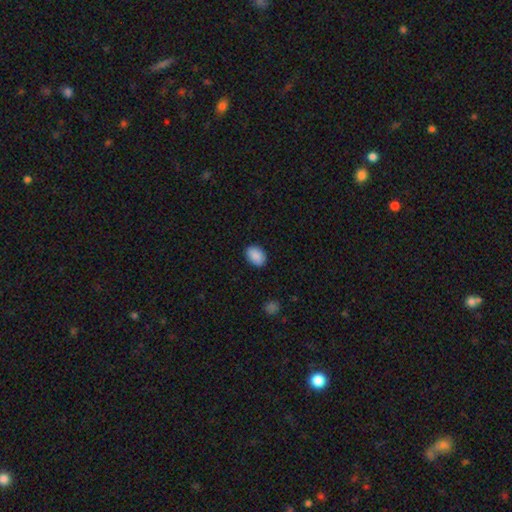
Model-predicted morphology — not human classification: smooth 90%, star or artifact 7%, featured or disk 3%. Down the decision tree: how rounded — in between (79%); merging — none (87%).